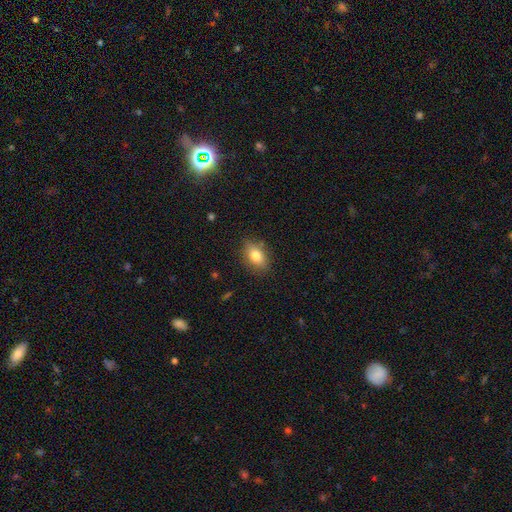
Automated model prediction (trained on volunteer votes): A smooth galaxy with no disk features (81%) that is in between round and cigar-shaped (84%).

Vote fractions:
- Smooth or featured? smooth: 81% / featured or disk: 11% / star or artifact: 9%
- How rounded? in between: 84% / round: 14% / cigar-shaped: 2%
- Merging? none: 82% / minor disturbance: 13% / major disturbance: 3% / merger: 2%